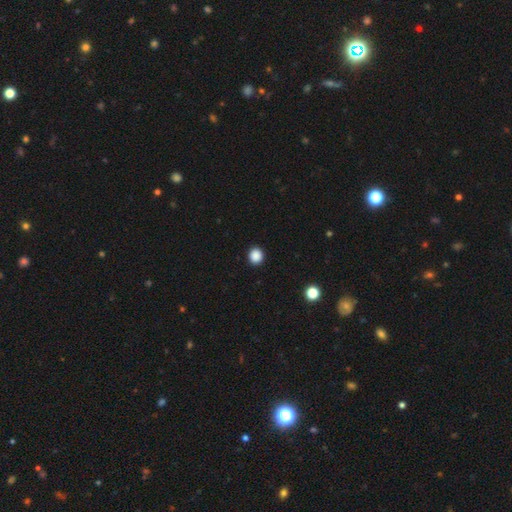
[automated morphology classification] This is clearly a smooth galaxy (88%). How rounded: clearly round (88%). Merging: clearly none (93%).